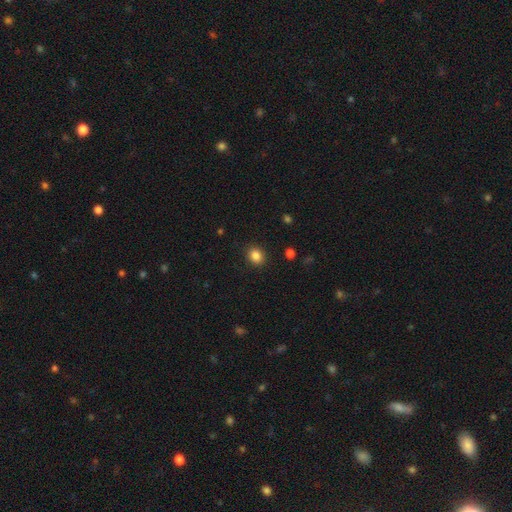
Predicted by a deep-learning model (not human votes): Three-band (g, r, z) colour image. It shows a smooth galaxy with no disk features (85%) that is round (67%). Merging: none (90%).